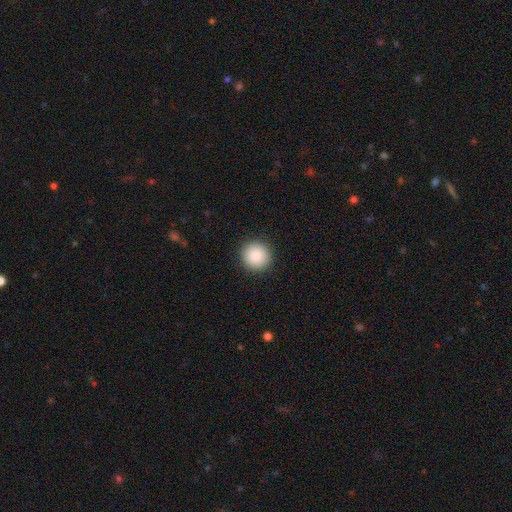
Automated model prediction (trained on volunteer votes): A smooth galaxy with no disk features (87%) that is round (94%). Merging: none (92%).